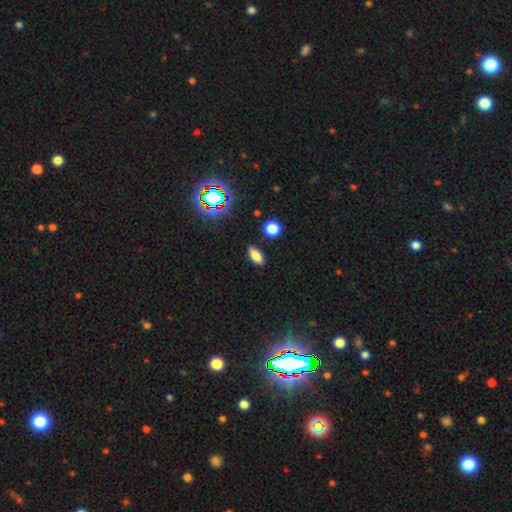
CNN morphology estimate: This appears to be a smooth galaxy with no disk features (77%) that is in between round and cigar-shaped (79%). Merging: none (88%).